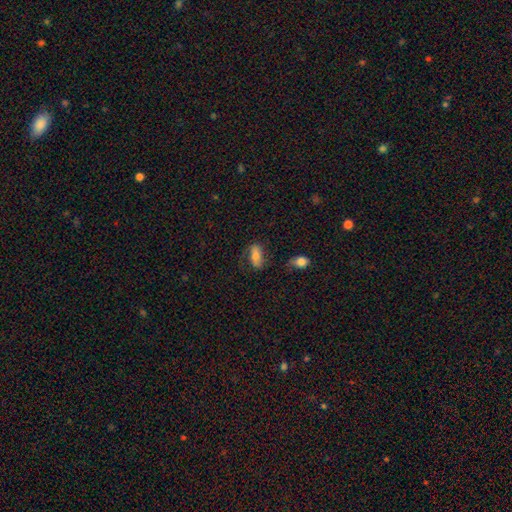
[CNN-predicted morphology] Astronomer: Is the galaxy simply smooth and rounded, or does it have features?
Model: smooth — 66%.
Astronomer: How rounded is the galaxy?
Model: in between — 82%.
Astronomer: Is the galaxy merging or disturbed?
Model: none — 63%.